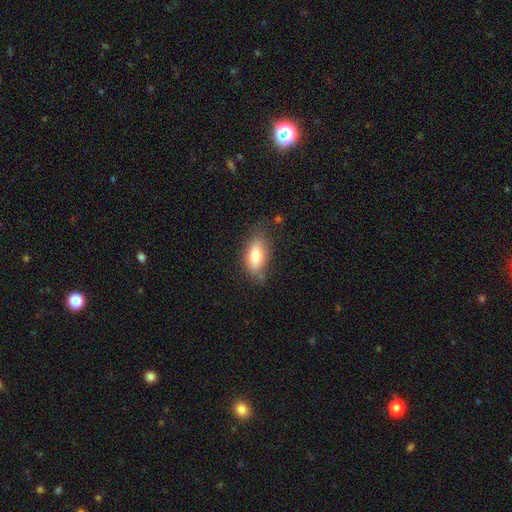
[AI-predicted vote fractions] Smooth or featured? smooth (76%)
How rounded? in between (86%)
Merging? none (69%)